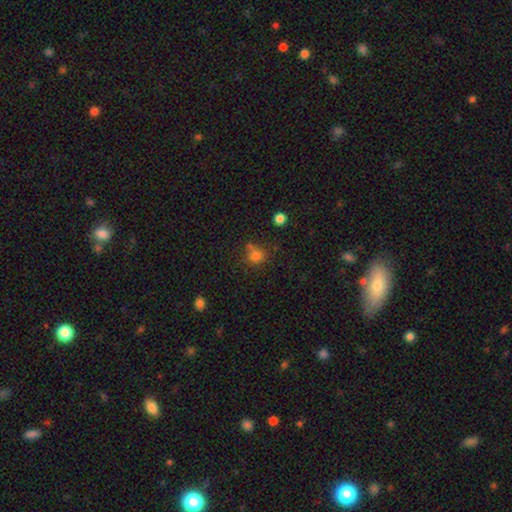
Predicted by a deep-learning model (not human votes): Smooth or featured? smooth (76%)
How rounded? round (79%)
Merging? none (62%)